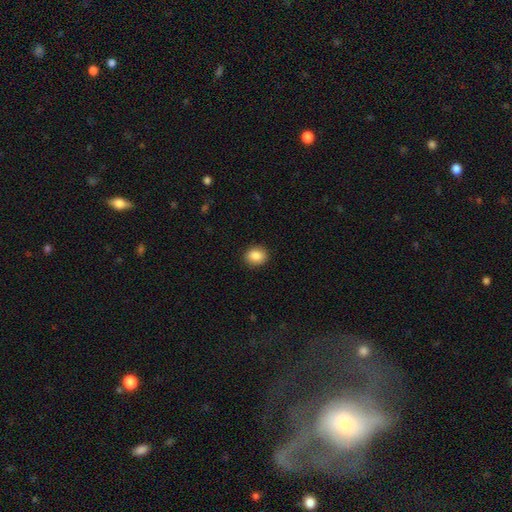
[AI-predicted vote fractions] smooth 88%, star or artifact 8%, featured or disk 4%. Down the decision tree: how rounded — round (58%); merging — none (90%).